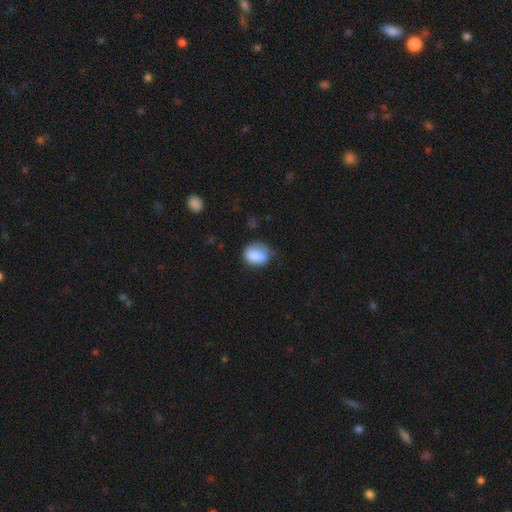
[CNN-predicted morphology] This appears to be a smooth galaxy with no disk features (82%) that is in between round and cigar-shaped (60%). Merging: none (52%).